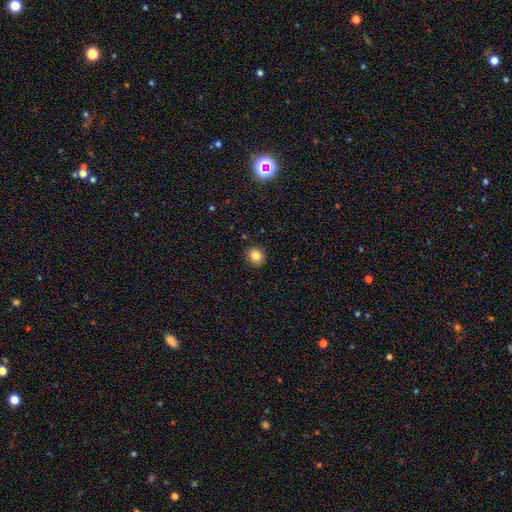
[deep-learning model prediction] Smooth or featured?
  - smooth: 83% *
  - star or artifact: 11%
  - featured or disk: 6%
How rounded?
  - round: 79% *
  - in between: 20%
  - cigar-shaped: 1%
Merging?
  - none: 90% *
  - minor disturbance: 7%
  - major disturbance: 2%
  - merger: 1%